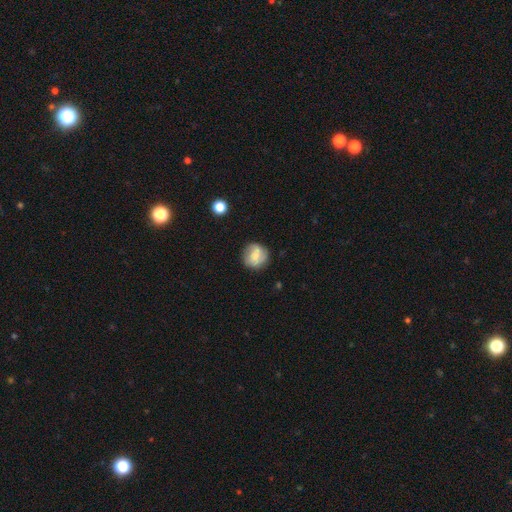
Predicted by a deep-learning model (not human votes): Overall: smooth (64%; featured or disk 28%). How rounded: round (91%). Merging: none (81%).